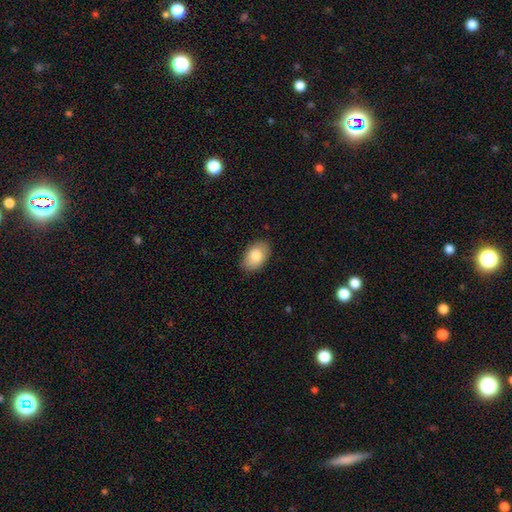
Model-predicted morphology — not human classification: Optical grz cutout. It shows a smooth galaxy with no disk features (85%) that is in between round and cigar-shaped (92%). Merging: none (85%).